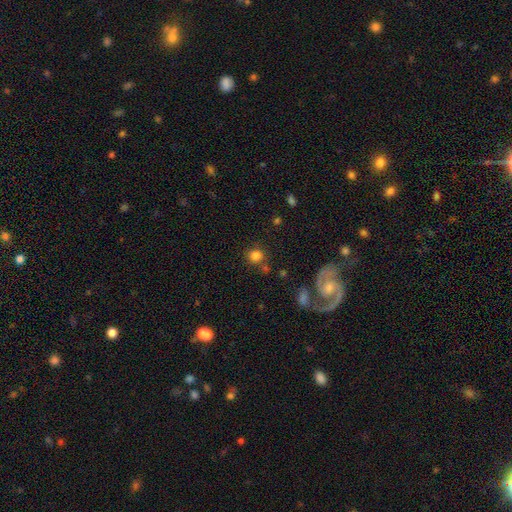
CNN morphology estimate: A smooth galaxy with no disk features (82%) that is round (84%).

Vote fractions:
- Smooth or featured? smooth: 82% / star or artifact: 12% / featured or disk: 7%
- How rounded? round: 84% / in between: 15% / cigar-shaped: 1%
- Merging? none: 73% / minor disturbance: 11% / merger: 11% / major disturbance: 5%